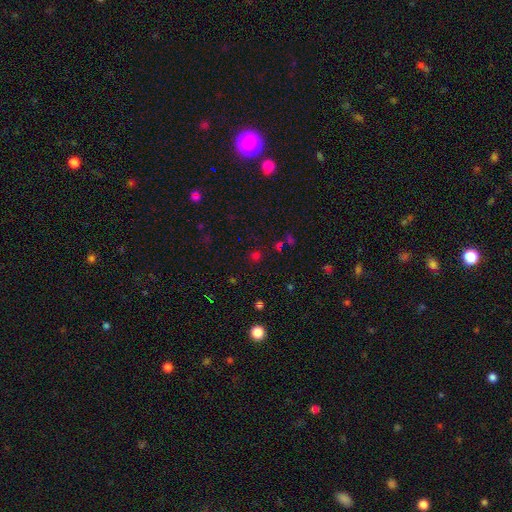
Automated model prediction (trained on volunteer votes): Smooth or featured: smooth — 52% (star or artifact — 42%)
How rounded: round — 83% (in between — 16%)
Merging: none — 79% (minor disturbance — 11%)